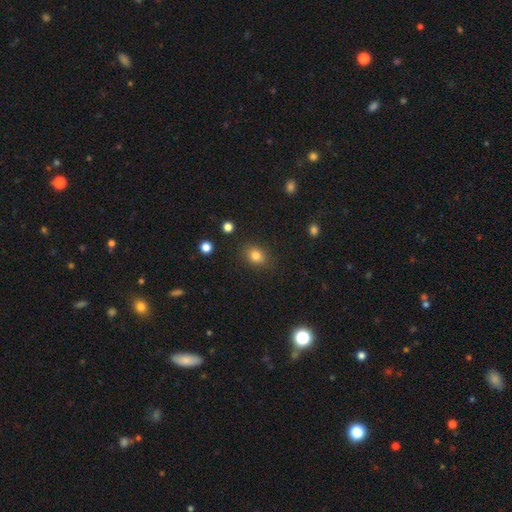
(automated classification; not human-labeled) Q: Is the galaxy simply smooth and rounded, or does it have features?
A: smooth — 81%.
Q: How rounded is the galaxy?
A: in between — 54%.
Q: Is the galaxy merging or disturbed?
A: none — 85%.